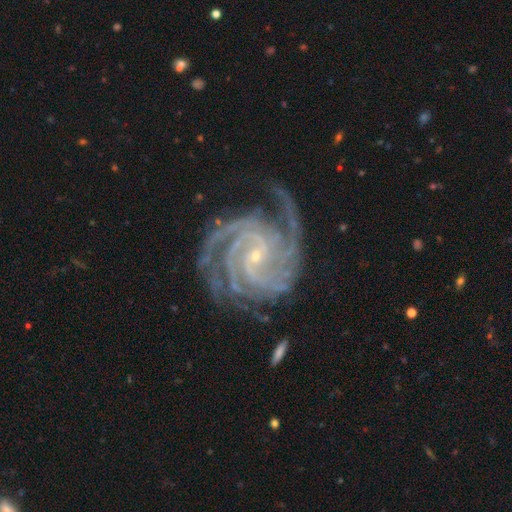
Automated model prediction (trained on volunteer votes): The model was most divided on "spiral arm count": 4: 35%, 3: 23%, more than 4: 12%, 2: 12%, can't tell: 10%, 1: 8%. Remaining: spiral arms — yes (99%); edge-on disk — no (98%); smooth or featured — featured or disk (93%); bulge size — small (86%); spiral winding — tight (72%); merging — none (72%); bar — no (48%).